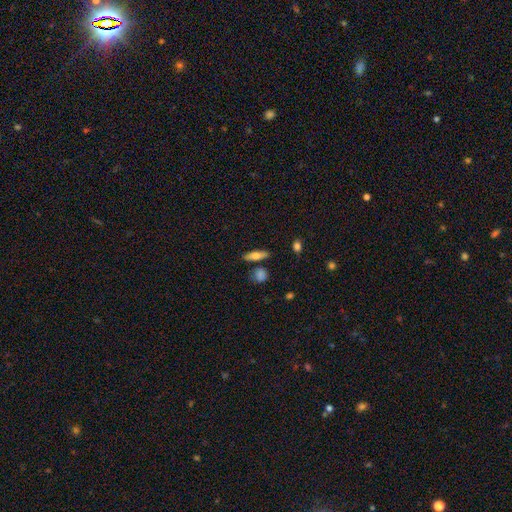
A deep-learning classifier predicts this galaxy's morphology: smooth-or-featured: smooth: 65% | featured or disk: 27% | star or artifact: 8%
  how-rounded: cigar-shaped: 52% | in between: 44% | round: 4%
  merging: none: 76% | minor disturbance: 14% | merger: 6% | major disturbance: 4%